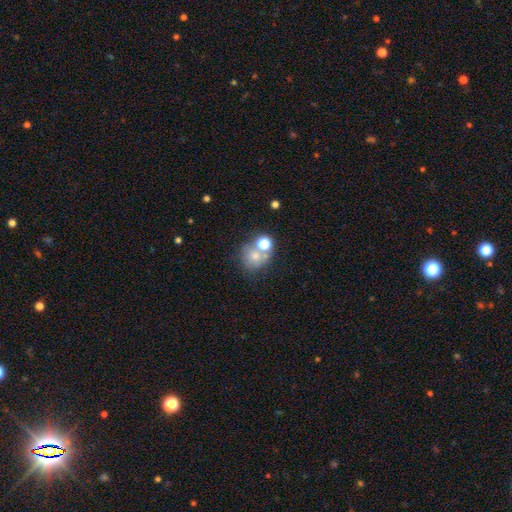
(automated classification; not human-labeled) A smooth galaxy with no disk features (67%) that is round (77%).

Vote fractions:
- Smooth or featured? smooth: 67% / featured or disk: 18% / star or artifact: 15%
- How rounded? round: 77% / in between: 22% / cigar-shaped: 1%
- Merging? none: 44% / merger: 36% / minor disturbance: 12% / major disturbance: 8%